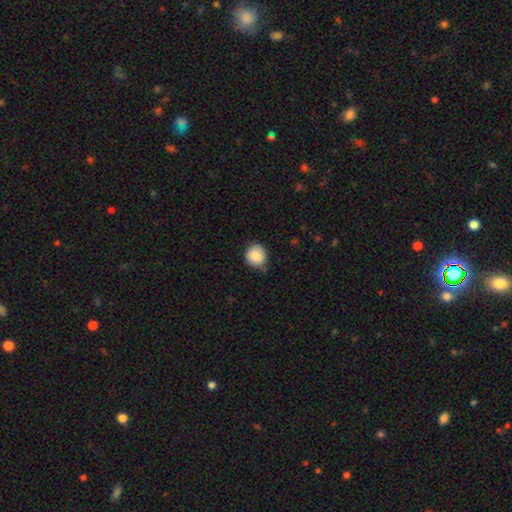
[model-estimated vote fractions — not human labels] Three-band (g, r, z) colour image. It shows a smooth galaxy with no disk features (86%) that is round (88%). Merging: none (77%).